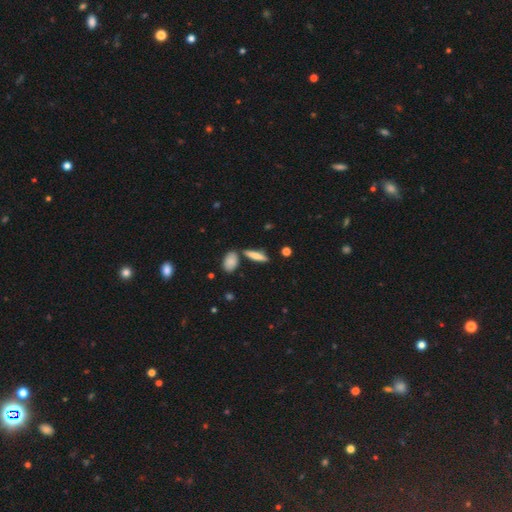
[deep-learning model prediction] A smooth galaxy with no disk features (71%) that is cigar-shaped (67%). Merging: none (77%).